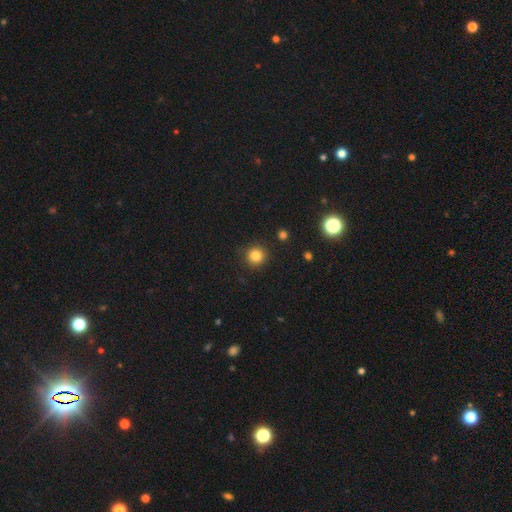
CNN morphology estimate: Smooth or featured: smooth — 83% (star or artifact — 12%)
How rounded: round — 94% (in between — 5%)
Merging: none — 89% (minor disturbance — 7%)